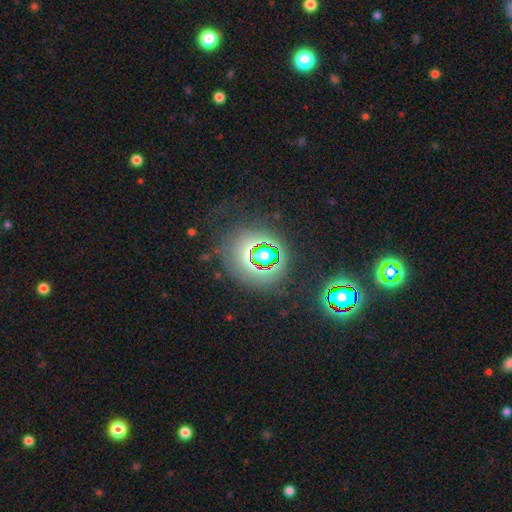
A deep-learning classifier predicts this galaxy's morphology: star or artifact 58%, smooth 29%, featured or disk 13%.